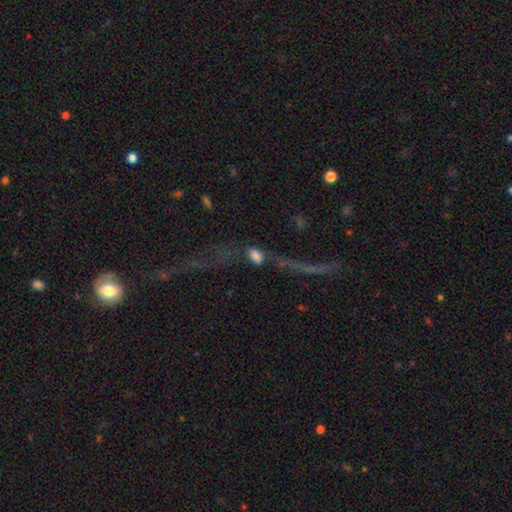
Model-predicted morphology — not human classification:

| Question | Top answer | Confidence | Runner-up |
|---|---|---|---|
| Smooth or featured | smooth | 60% | featured or disk (26%) |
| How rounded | in between | 83% | round (10%) |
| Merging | major disturbance | 38% | none (31%) |